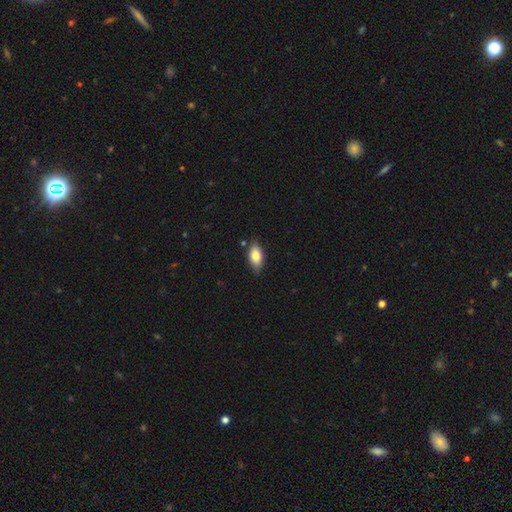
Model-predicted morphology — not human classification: This appears to be a smooth galaxy with no disk features (77%) that is in between round and cigar-shaped (87%). Merging: none (81%).